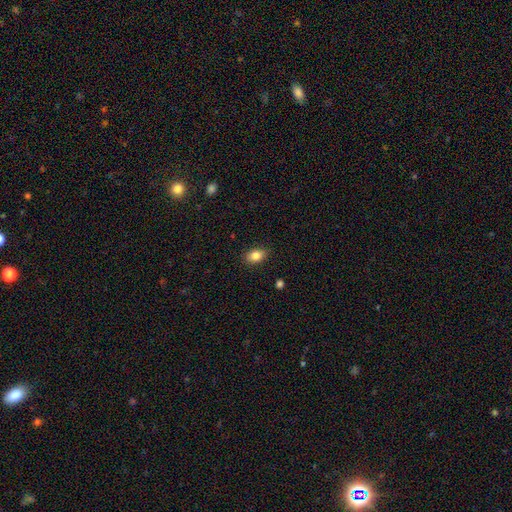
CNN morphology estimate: Smooth or featured: smooth — 83% (star or artifact — 9%)
How rounded: in between — 80% (round — 19%)
Merging: none — 86% (minor disturbance — 10%)